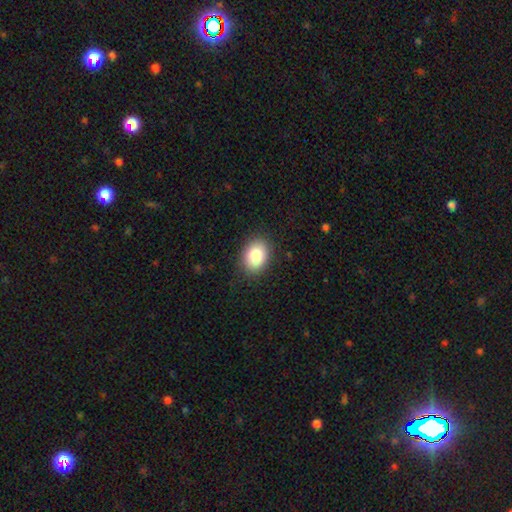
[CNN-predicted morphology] Smooth or featured: smooth — 85% (star or artifact — 8%)
How rounded: in between — 69% (round — 30%)
Merging: none — 87% (minor disturbance — 10%)